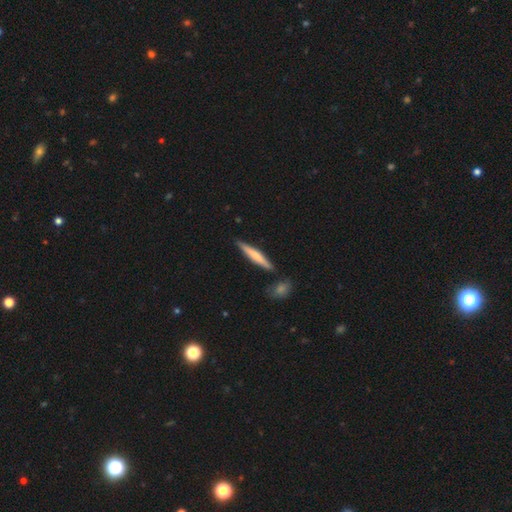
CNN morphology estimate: Smooth or featured? Predicted: smooth (p=0.58). How rounded? Predicted: cigar-shaped (p=0.92). Merging? Predicted: none (p=0.84).